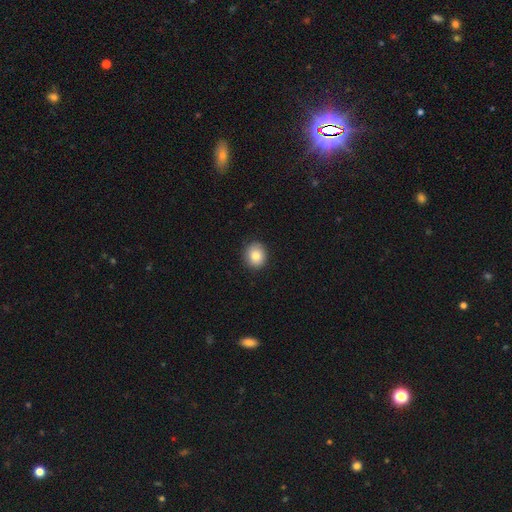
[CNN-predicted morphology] The model was most divided on "how rounded": round: 78%, in between: 22%, cigar-shaped: 1%. More confident: merging — none (88%); smooth or featured — smooth (83%).